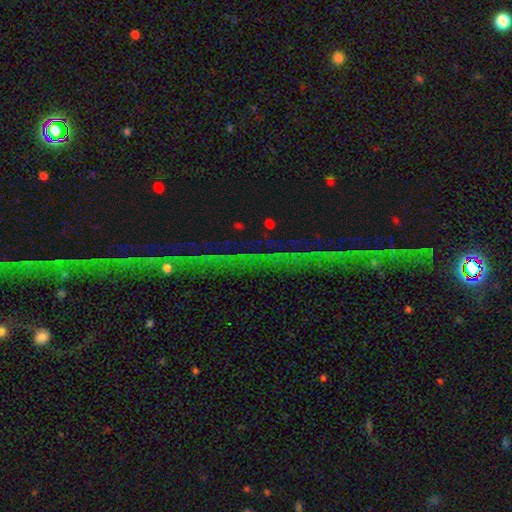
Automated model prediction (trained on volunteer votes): Overall: star or artifact (76%).